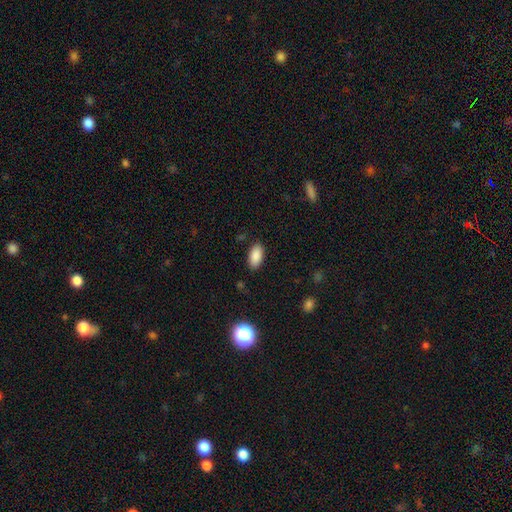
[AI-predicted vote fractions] Smooth or featured: smooth — 88% (star or artifact — 8%)
How rounded: in between — 93% (cigar-shaped — 4%)
Merging: none — 87% (minor disturbance — 9%)